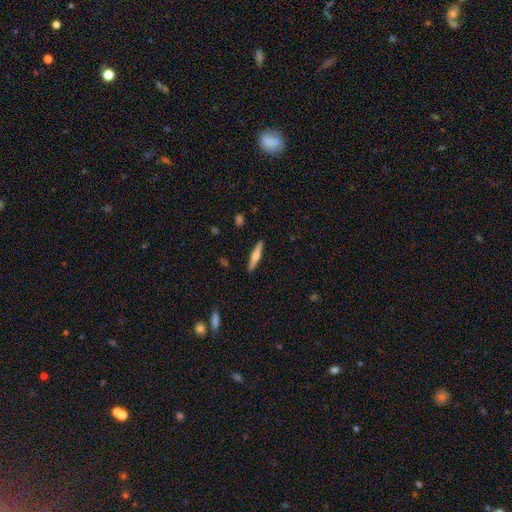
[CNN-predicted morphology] Smooth or featured? Predicted: featured or disk (p=0.55). Edge-on disk? Predicted: yes (p=0.96). Edge-on bulge? Predicted: rounded (p=0.90). Merging? Predicted: none (p=0.91).